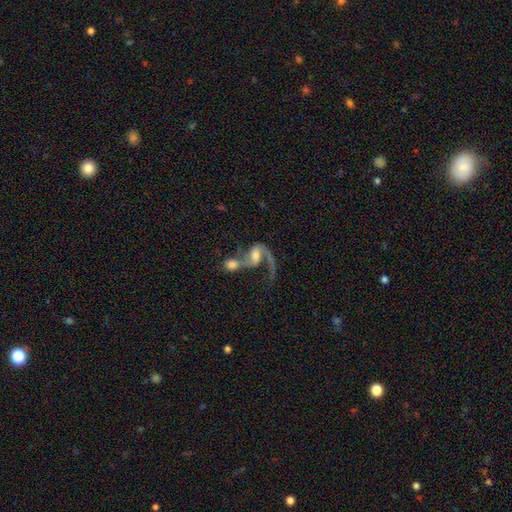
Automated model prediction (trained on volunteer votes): Smooth or featured: featured or disk — 72% (smooth — 20%)
Edge-on disk: no — 96% (yes — 4%)
Bar: weak — 41% (no — 39%)
Spiral arms: yes — 88% (no — 12%)
Spiral winding: loose — 75% (medium — 20%)
Spiral arm count: 2 — 56% (1 — 38%)
Bulge size: moderate — 46% (small — 20%)
Merging: merger — 66% (none — 15%)